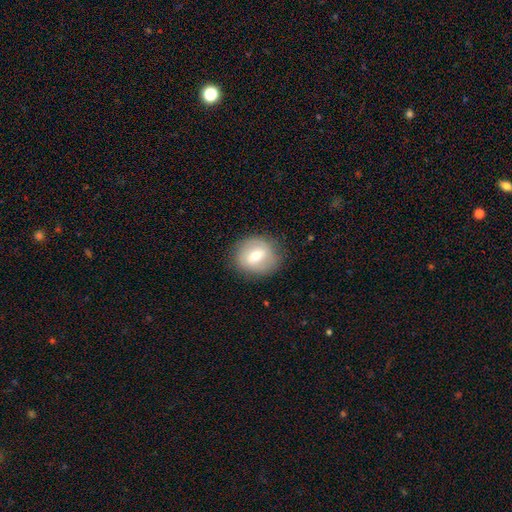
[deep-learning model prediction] This is possibly a smooth galaxy (57%). How rounded: likely round (79%). Merging: clearly none (82%).